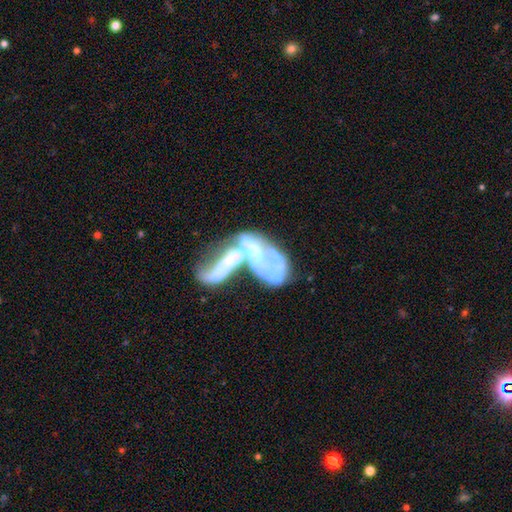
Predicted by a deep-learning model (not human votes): featured or disk 72%, smooth 17%, star or artifact 11%. Down the decision tree: edge-on disk — no (97%); bar — no (84%); spiral arms — no (81%); bulge size — none (51%); merging — merger (61%).